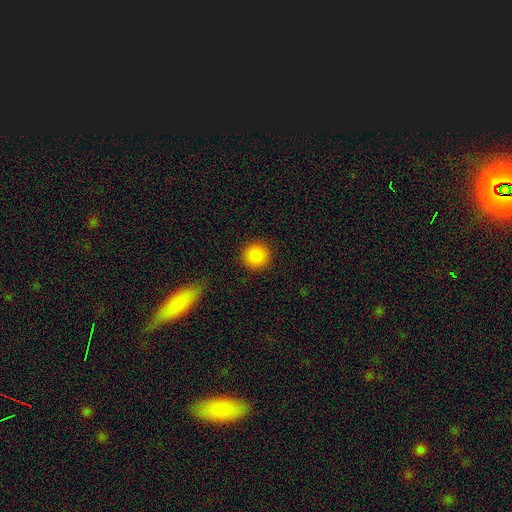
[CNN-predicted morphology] smooth-or-featured: smooth: 87% | star or artifact: 9% | featured or disk: 4%
  how-rounded: round: 94% | in between: 5% | cigar-shaped: 1%
  merging: none: 91% | minor disturbance: 6% | major disturbance: 2% | merger: 1%